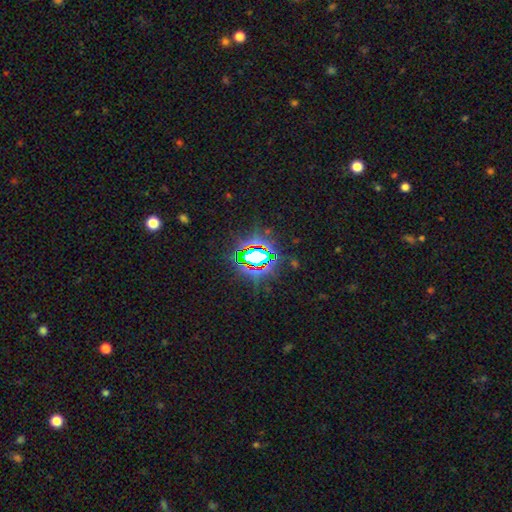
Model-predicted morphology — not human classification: smooth-or-featured: star or artifact: 77% | smooth: 13% | featured or disk: 11%